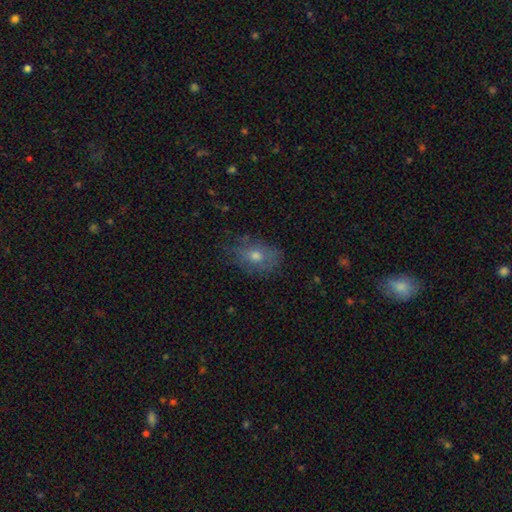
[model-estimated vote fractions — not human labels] Smooth or featured: smooth — 60% (featured or disk — 28%)
How rounded: in between — 73% (round — 25%)
Merging: none — 67% (minor disturbance — 24%)